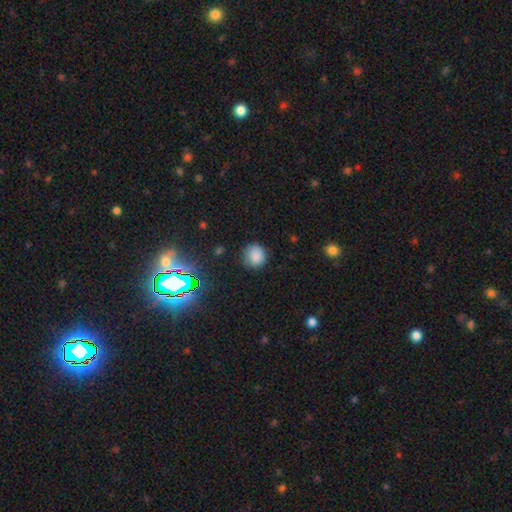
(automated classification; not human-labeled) A smooth galaxy with no disk features (82%) that is round (88%).

Vote fractions:
- Smooth or featured? smooth: 82% / star or artifact: 14% / featured or disk: 4%
- How rounded? round: 88% / in between: 11% / cigar-shaped: 1%
- Merging? none: 79% / minor disturbance: 16% / major disturbance: 4% / merger: 2%